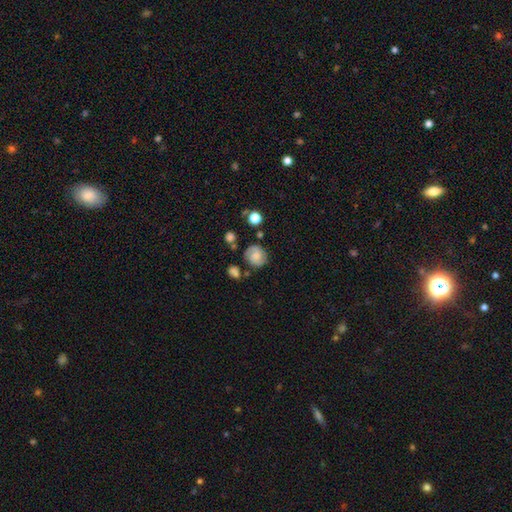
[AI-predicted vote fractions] A featured or disk galaxy (53%) with no bar (60%), spiral arms (89%) and a moderate central bulge (36%). Merging: none (71%).